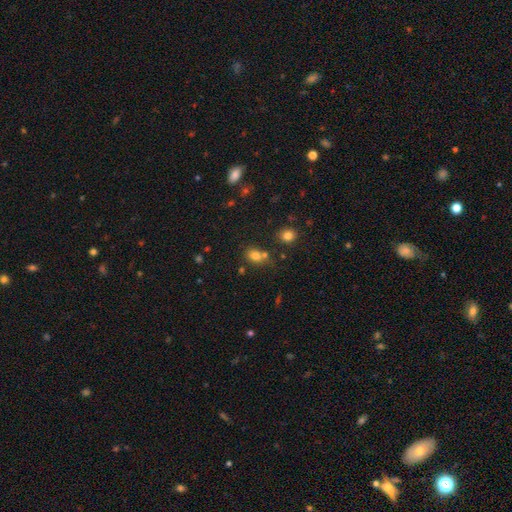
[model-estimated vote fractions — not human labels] A smooth galaxy with no disk features (76%) that is in between round and cigar-shaped (51%). Merging: none (52%).